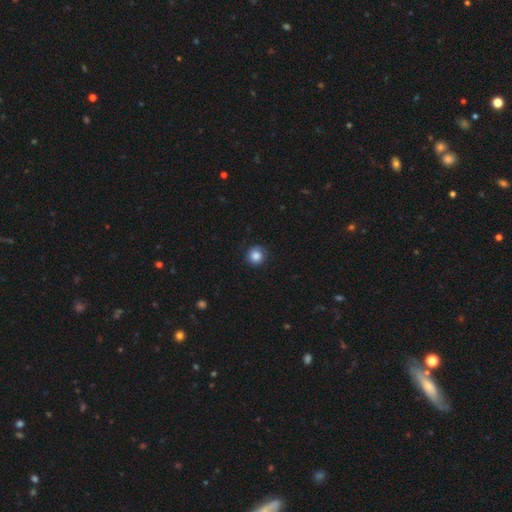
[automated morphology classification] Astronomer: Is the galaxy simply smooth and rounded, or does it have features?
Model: smooth — 83%.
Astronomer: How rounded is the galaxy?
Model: round — 90%.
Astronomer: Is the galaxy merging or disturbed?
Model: none — 79%.